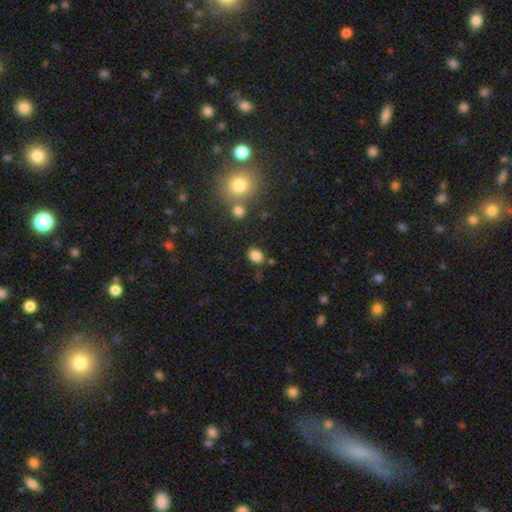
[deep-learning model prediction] Morphology: type=smooth (83%); roundness=in between (56%); merging=none (72%).